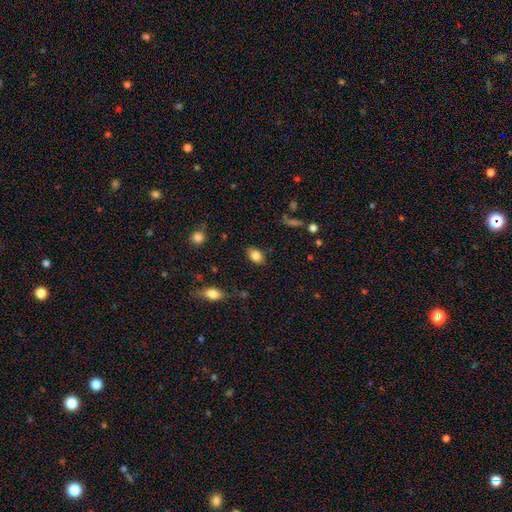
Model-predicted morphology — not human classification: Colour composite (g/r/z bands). It shows a smooth galaxy with no disk features (84%) that is in between round and cigar-shaped (78%). Merging: none (83%).